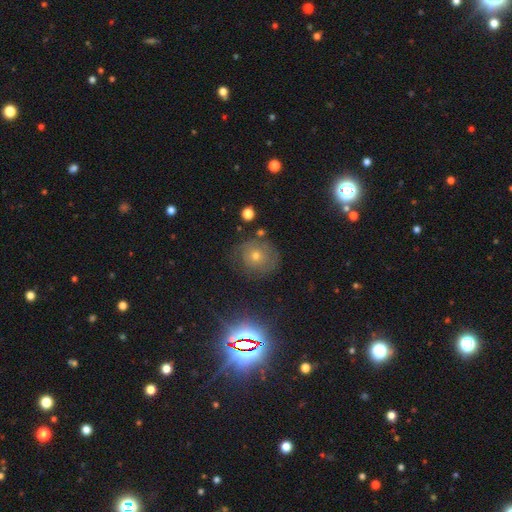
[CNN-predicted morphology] Smooth or featured?
  - featured or disk: 43% *
  - smooth: 36%
  - star or artifact: 21%
Merging?
  - none: 71% *
  - minor disturbance: 18%
  - major disturbance: 8%
  - merger: 3%